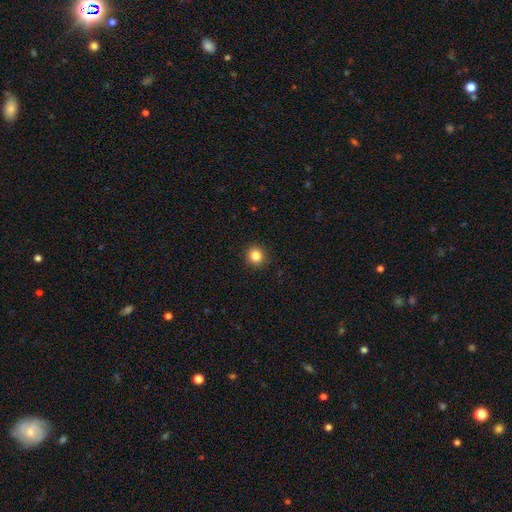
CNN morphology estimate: Smooth or featured? Predicted: smooth (p=0.84). How rounded? Predicted: round (p=0.94). Merging? Predicted: none (p=0.92).